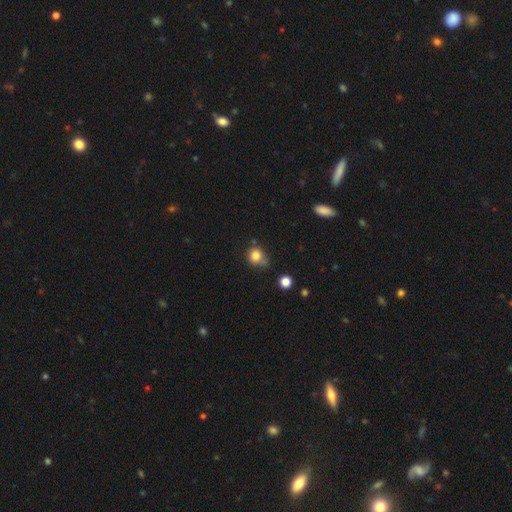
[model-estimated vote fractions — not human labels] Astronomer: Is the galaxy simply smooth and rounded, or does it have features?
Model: smooth — 81%.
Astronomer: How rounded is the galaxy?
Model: round — 78%.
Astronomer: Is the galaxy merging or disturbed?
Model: none — 52% (runner-up: minor disturbance, 28%).